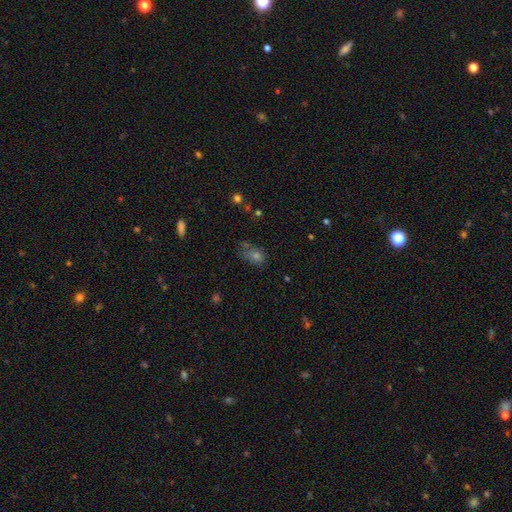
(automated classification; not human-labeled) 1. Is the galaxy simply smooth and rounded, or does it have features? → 60% smooth, 26% star or artifact, 14% featured or disk.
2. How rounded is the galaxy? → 59% in between, 38% round, 3% cigar-shaped.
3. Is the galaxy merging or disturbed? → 57% none, 23% minor disturbance, 11% major disturbance, 9% merger.